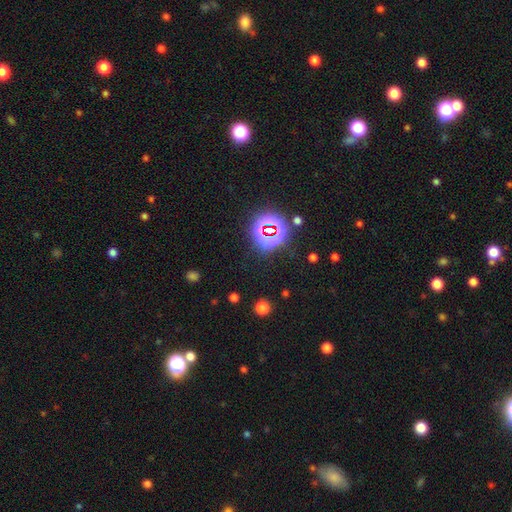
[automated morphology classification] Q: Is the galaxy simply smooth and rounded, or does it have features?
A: star or artifact — 79%.